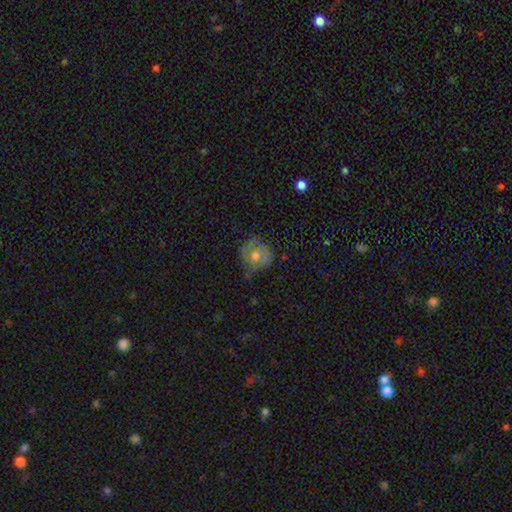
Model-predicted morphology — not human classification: smooth-or-featured: smooth: 45% | featured or disk: 40% | star or artifact: 15%
  merging: none: 56% | minor disturbance: 26% | major disturbance: 15% | merger: 3%